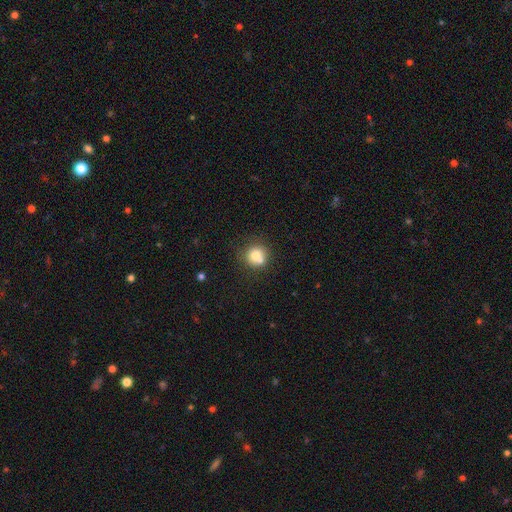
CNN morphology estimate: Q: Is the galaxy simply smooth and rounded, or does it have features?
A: smooth — 75%.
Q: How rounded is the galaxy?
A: round — 90%.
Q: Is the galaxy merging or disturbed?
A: none — 57%.